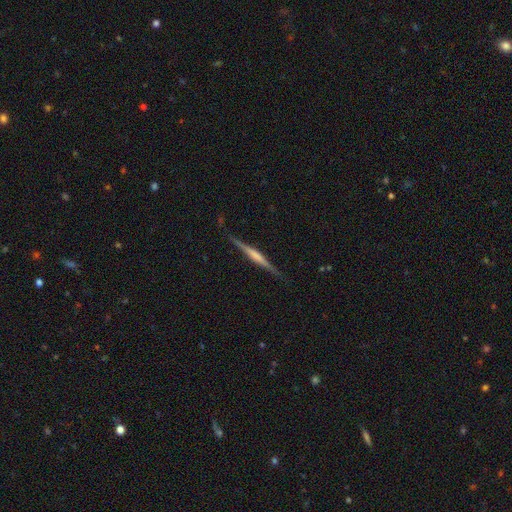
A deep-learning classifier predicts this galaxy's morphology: A featured or disk galaxy (70%) viewed edge-on (98%) with no central bulge (35%, tied with rounded). Merging: none (88%).